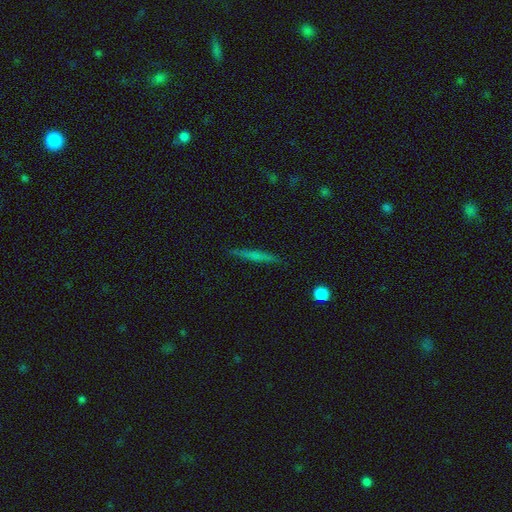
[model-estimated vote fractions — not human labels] This appears to be a smooth galaxy with no disk features (50%). Merging: none (89%).